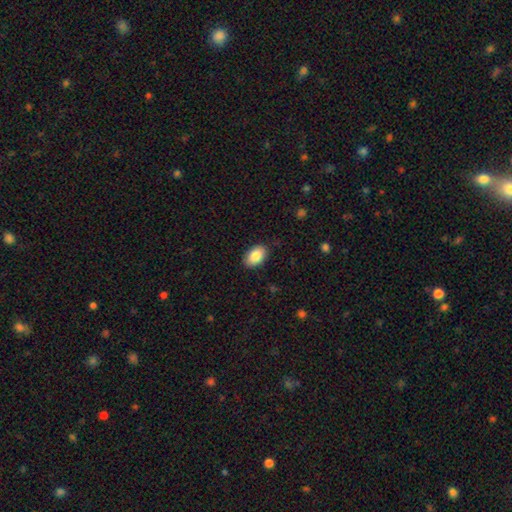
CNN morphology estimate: Smooth or featured: smooth — 85% (featured or disk — 8%)
How rounded: in between — 89% (round — 9%)
Merging: none — 87% (minor disturbance — 10%)